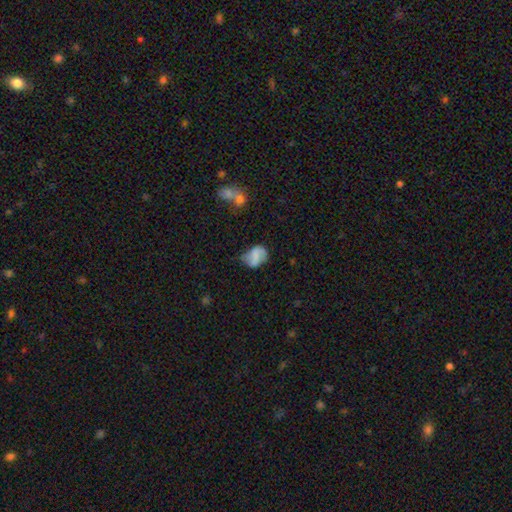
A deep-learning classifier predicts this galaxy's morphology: This is possibly a smooth galaxy (53%). How rounded: likely in between (67%). Merging: possibly none (55%).